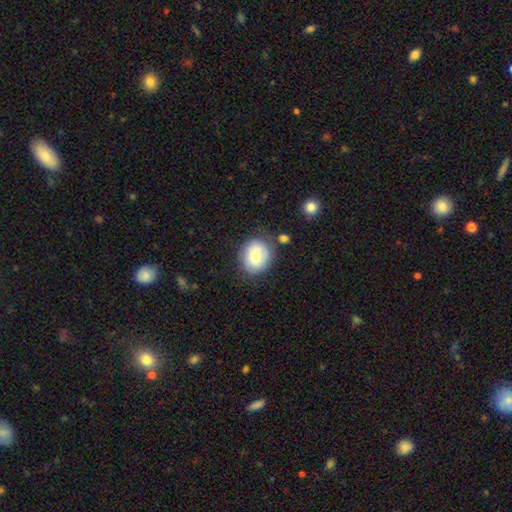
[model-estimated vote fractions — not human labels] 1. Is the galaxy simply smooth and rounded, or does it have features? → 75% smooth, 18% featured or disk, 7% star or artifact.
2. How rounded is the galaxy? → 66% round, 33% in between, 1% cigar-shaped.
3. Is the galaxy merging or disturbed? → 72% none, 17% minor disturbance, 6% major disturbance, 5% merger.